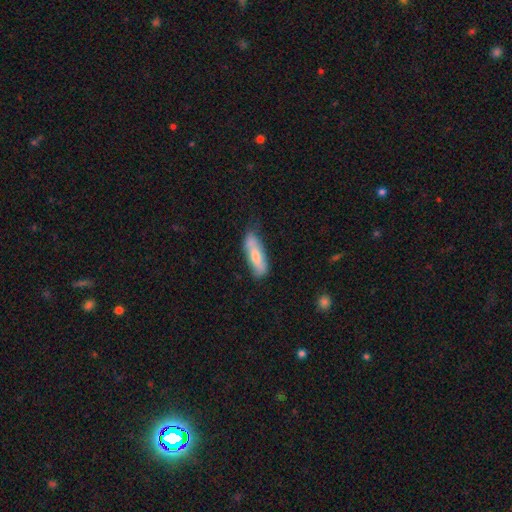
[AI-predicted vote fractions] Smooth or featured: smooth — 70% (featured or disk — 25%)
How rounded: cigar-shaped — 52% (in between — 46%)
Merging: none — 55% (minor disturbance — 31%)